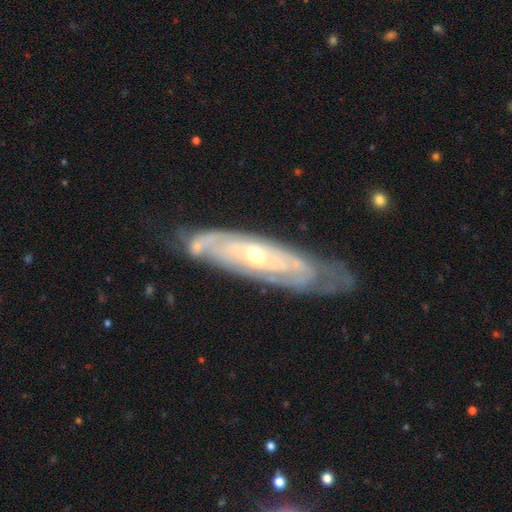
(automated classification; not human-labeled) Morphology: type=featured or disk (83%); edge-on=no (74%); bar=no (69%); spiral arms=yes (84%); winding=tight (72%); arm count=can't tell (63%); bulge=small (49%); merging=none (69%).